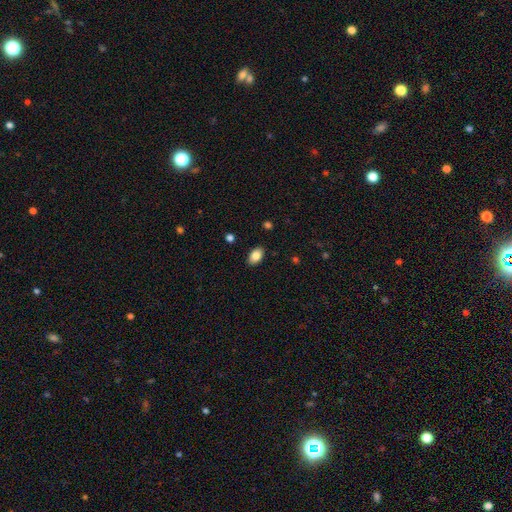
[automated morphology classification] Smooth or featured? Predicted: smooth (p=0.84). How rounded? Predicted: in between (p=0.91). Merging? Predicted: none (p=0.88).